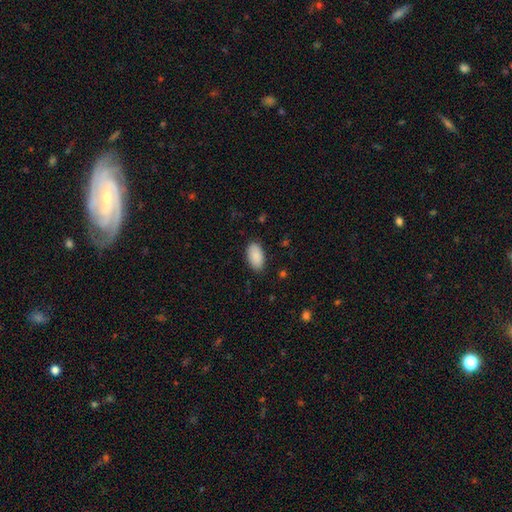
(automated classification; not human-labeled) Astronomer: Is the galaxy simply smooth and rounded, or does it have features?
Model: smooth — 90%.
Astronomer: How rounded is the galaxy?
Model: in between — 95%.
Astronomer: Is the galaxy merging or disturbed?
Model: none — 86%.